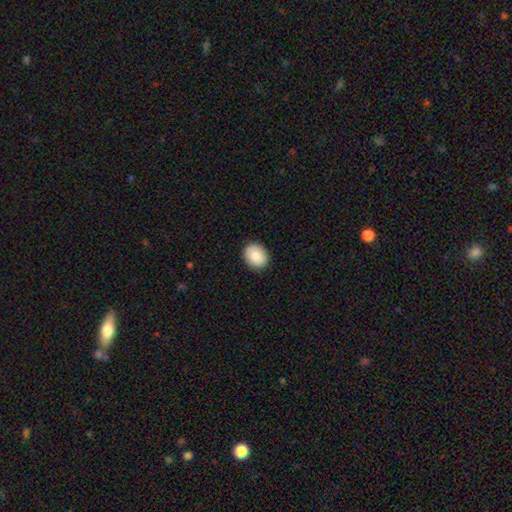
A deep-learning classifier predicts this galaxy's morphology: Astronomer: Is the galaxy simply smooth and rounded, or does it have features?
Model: smooth — 86%.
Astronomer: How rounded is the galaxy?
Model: round — 56% (runner-up: in between, 43%).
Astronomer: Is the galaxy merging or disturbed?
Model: none — 90%.